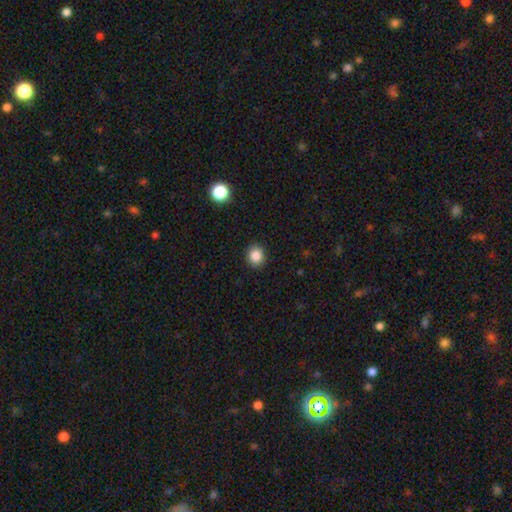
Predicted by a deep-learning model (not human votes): A smooth galaxy with no disk features (86%) that is round (78%).

Vote fractions:
- Smooth or featured? smooth: 86% / star or artifact: 10% / featured or disk: 4%
- How rounded? round: 78% / in between: 21% / cigar-shaped: 1%
- Merging? none: 90% / minor disturbance: 7% / major disturbance: 2% / merger: 1%